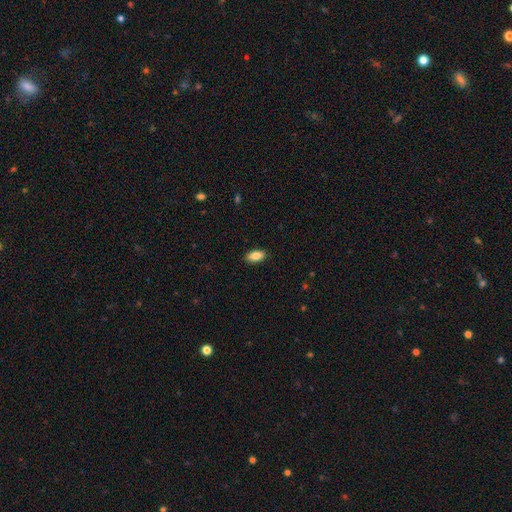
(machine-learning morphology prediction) This is clearly a smooth galaxy (85%). How rounded: clearly in between (91%). Merging: clearly none (90%).